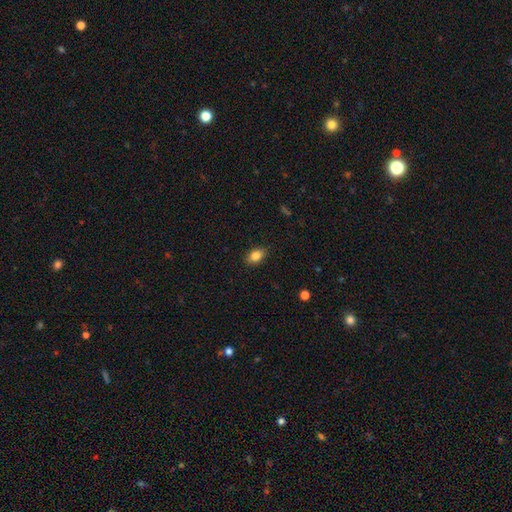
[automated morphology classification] Smooth or featured: smooth — 85% (star or artifact — 9%)
How rounded: in between — 82% (round — 16%)
Merging: none — 87% (minor disturbance — 10%)